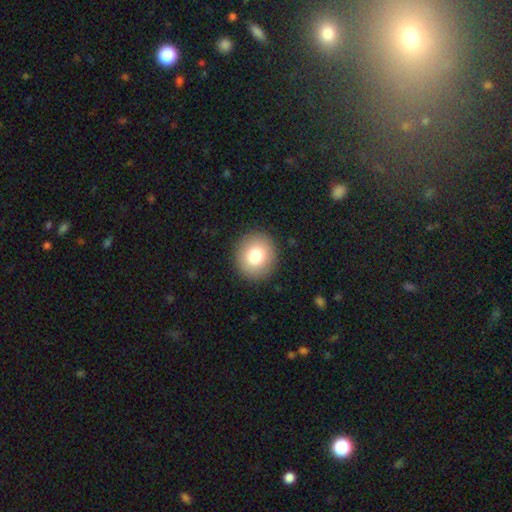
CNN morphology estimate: Smooth or featured? Predicted: smooth (p=0.78). How rounded? Predicted: round (p=0.89). Merging? Predicted: none (p=0.91).